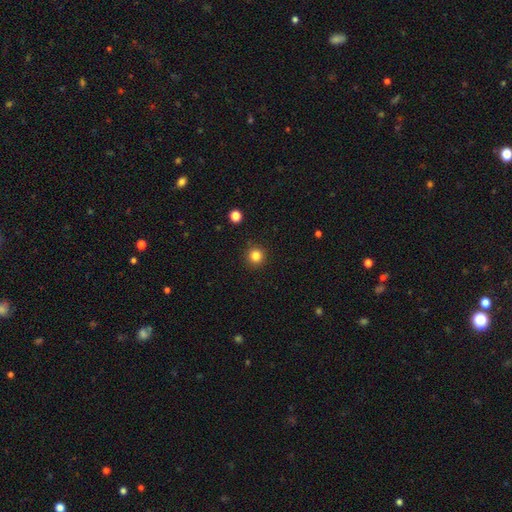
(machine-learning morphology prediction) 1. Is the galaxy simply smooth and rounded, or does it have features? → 83% smooth, 12% star or artifact, 5% featured or disk.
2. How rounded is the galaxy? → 95% round, 4% in between, 1% cigar-shaped.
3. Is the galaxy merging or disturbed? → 92% none, 5% minor disturbance, 2% major disturbance, 1% merger.